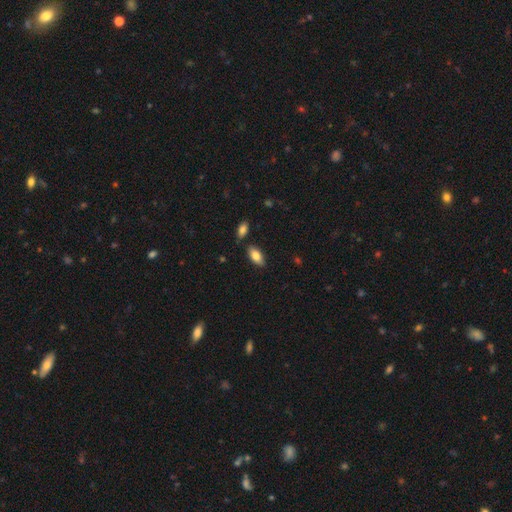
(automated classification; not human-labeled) Q: Smooth or featured?
A: smooth (83%); runner-up: featured or disk (10%)
Q: How rounded?
A: in between (91%); runner-up: cigar-shaped (7%)
Q: Merging?
A: none (83%); runner-up: minor disturbance (10%)